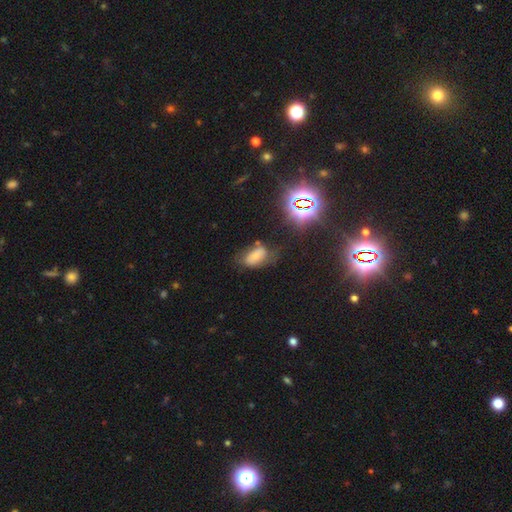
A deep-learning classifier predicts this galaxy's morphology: Smooth or featured? smooth (61%)
How rounded? in between (90%)
Merging? none (48%)